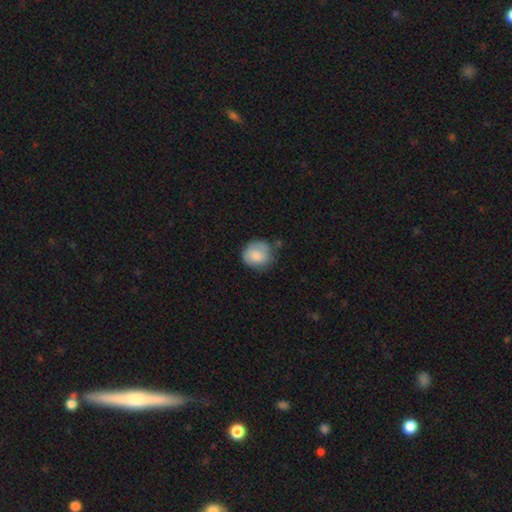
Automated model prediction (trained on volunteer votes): Smooth or featured?
  - smooth: 70% *
  - featured or disk: 23%
  - star or artifact: 7%
How rounded?
  - round: 80% *
  - in between: 19%
  - cigar-shaped: 1%
Merging?
  - none: 59% *
  - minor disturbance: 29%
  - major disturbance: 9%
  - merger: 3%